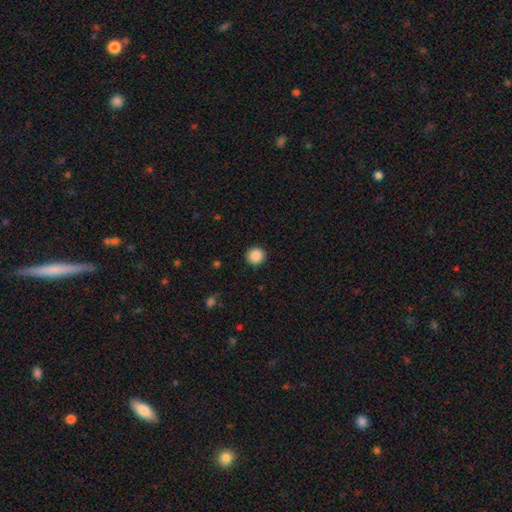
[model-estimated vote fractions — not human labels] The model was most divided on "smooth or featured": smooth: 88%, star or artifact: 9%, featured or disk: 3%. More confident: how rounded — round (94%); merging — none (91%).